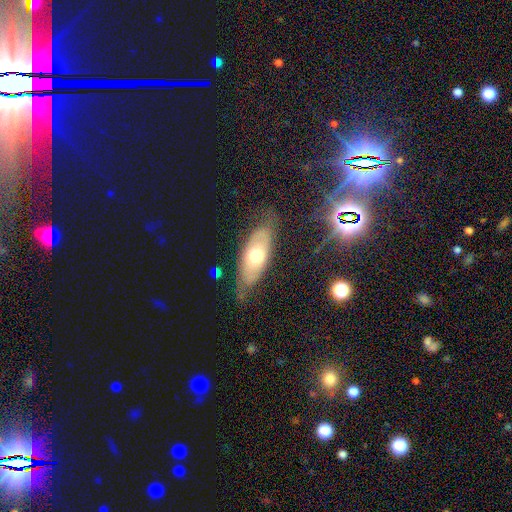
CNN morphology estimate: This is possibly a featured or disk galaxy (47%). Merging: likely none (68%).